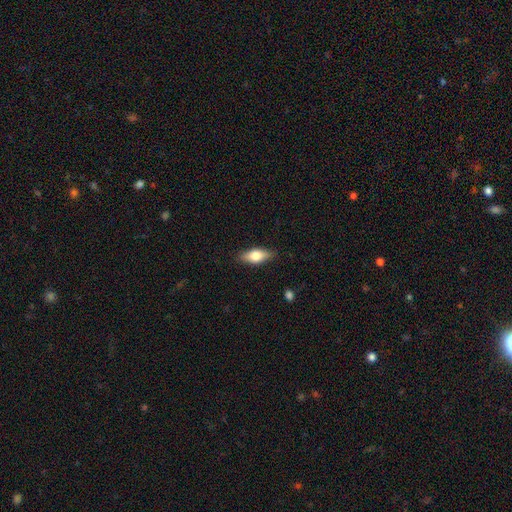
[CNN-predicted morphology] Smooth or featured? Predicted: smooth (p=0.65). How rounded? Predicted: in between (p=0.72). Merging? Predicted: none (p=0.85).